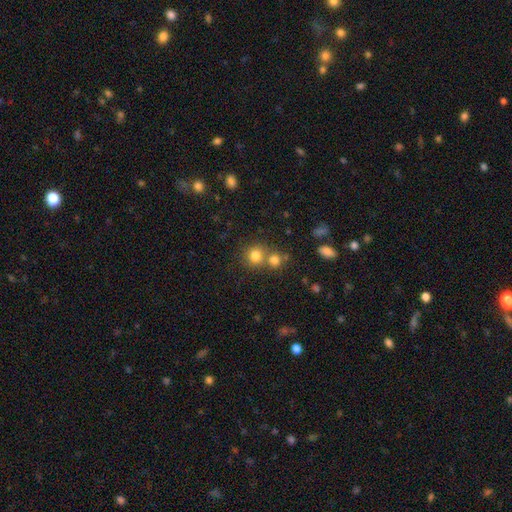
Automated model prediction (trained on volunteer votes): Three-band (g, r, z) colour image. It shows a smooth galaxy with no disk features (79%) that is round (87%). Merging: none (55%).